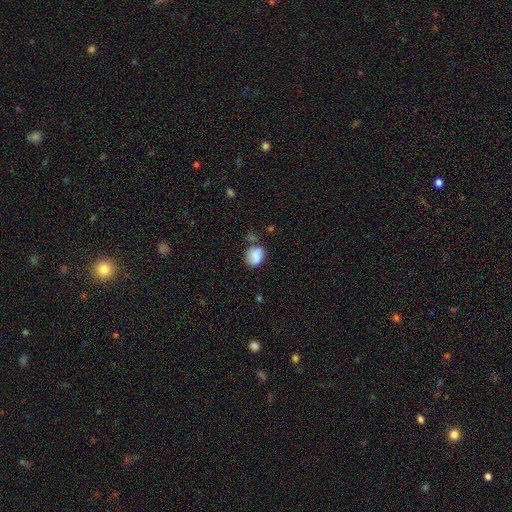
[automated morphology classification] A smooth galaxy with no disk features (80%) that is round (52%).

Vote fractions:
- Smooth or featured? smooth: 80% / featured or disk: 11% / star or artifact: 9%
- How rounded? round: 52% / in between: 47% / cigar-shaped: 1%
- Merging? none: 51% / minor disturbance: 25% / merger: 15% / major disturbance: 9%